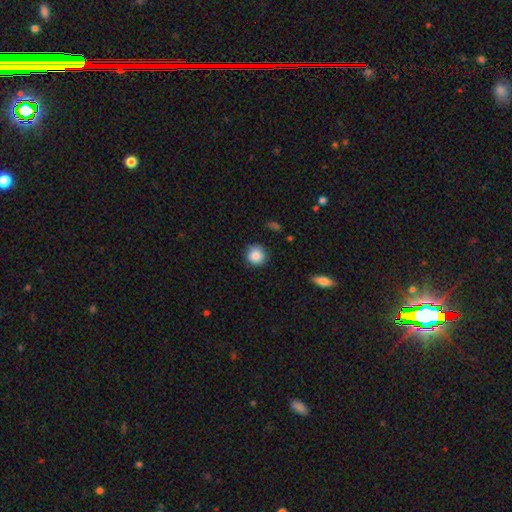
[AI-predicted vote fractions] smooth_or_featured: smooth (p=0.86) [alt: star or artifact p=0.09]
how_rounded: round (p=0.92) [alt: in between p=0.07]
merging: none (p=0.86) [alt: minor disturbance p=0.11]